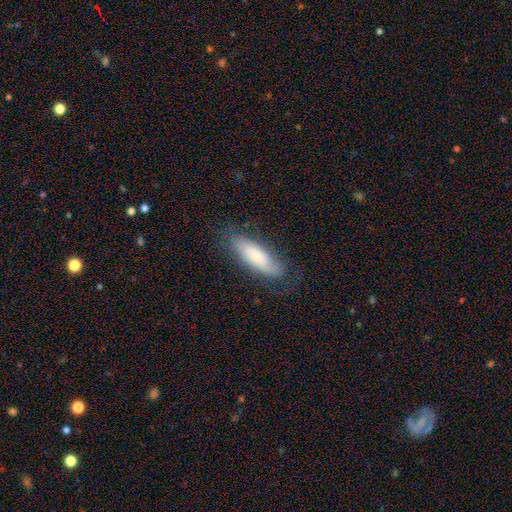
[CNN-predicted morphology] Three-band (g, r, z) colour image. It shows a smooth galaxy with no disk features (63%) that is in between round and cigar-shaped (58%). Merging: none (73%).